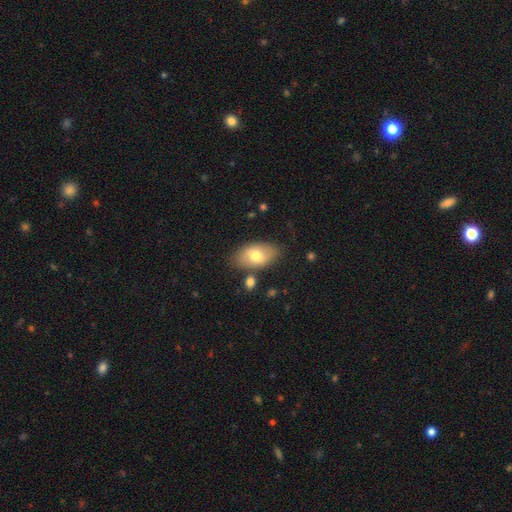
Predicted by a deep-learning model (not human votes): Q: Smooth or featured?
A: smooth (70%); runner-up: featured or disk (24%)
Q: How rounded?
A: in between (93%); runner-up: round (6%)
Q: Merging?
A: none (77%); runner-up: minor disturbance (14%)